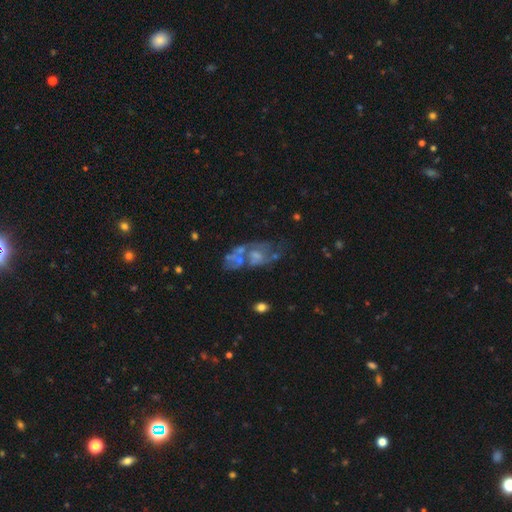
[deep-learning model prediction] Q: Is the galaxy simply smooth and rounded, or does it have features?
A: featured or disk — 60%.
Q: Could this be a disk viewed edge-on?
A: no — 90%.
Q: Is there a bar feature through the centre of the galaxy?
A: no — 72%.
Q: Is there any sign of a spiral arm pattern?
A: yes — 64%.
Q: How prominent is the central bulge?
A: small — 48%.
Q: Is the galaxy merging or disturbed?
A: none — 55%.